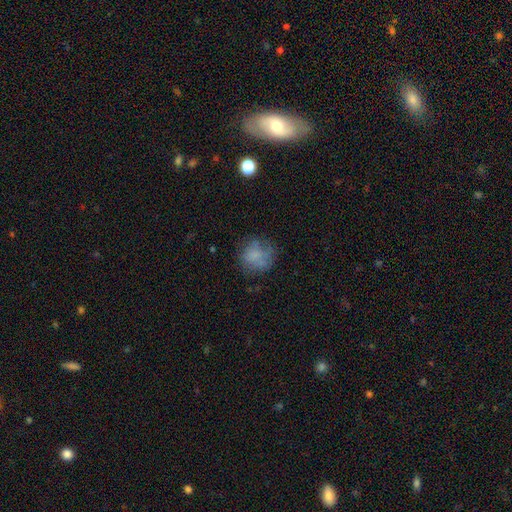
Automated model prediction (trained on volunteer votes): Smooth or featured? Predicted: smooth (p=0.67). How rounded? Predicted: round (p=0.82). Merging? Predicted: none (p=0.61).